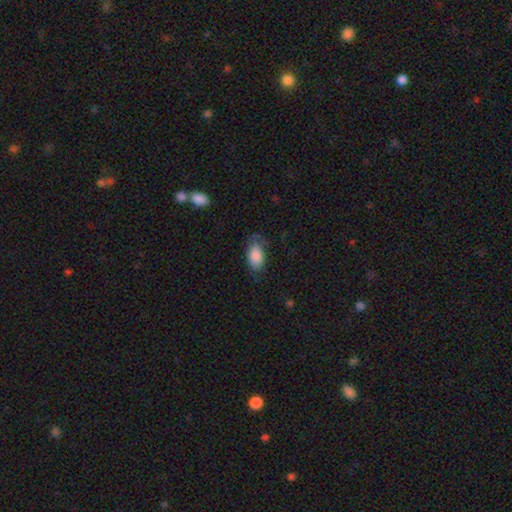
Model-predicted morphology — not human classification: The model was most divided on "merging": none: 60%, minor disturbance: 26%, major disturbance: 12%, merger: 2%. More confident: how rounded — in between (94%); smooth or featured — smooth (84%).